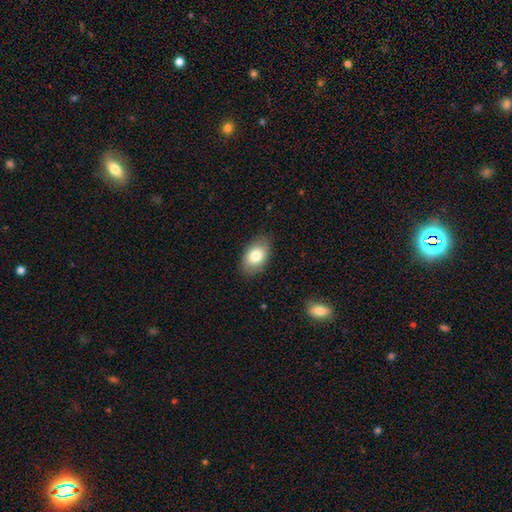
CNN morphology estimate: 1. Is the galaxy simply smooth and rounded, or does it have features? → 80% smooth, 13% featured or disk, 7% star or artifact.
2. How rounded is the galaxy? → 90% in between, 8% round, 1% cigar-shaped.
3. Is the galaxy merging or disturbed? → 85% none, 12% minor disturbance, 3% major disturbance, 1% merger.